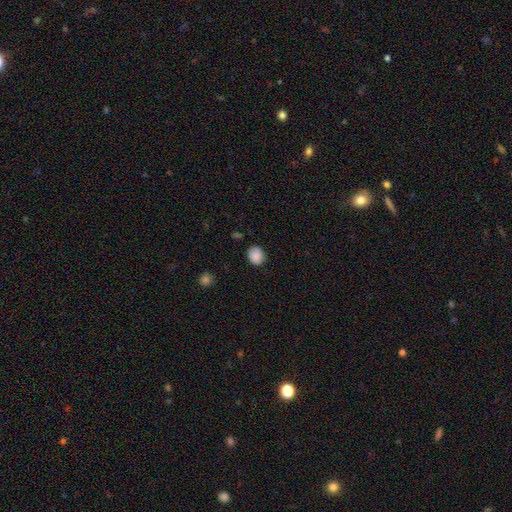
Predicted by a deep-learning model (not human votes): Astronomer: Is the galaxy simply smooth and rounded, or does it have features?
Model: smooth — 87%.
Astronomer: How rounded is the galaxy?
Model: round — 57% (runner-up: in between, 42%).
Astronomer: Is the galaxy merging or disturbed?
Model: none — 79%.